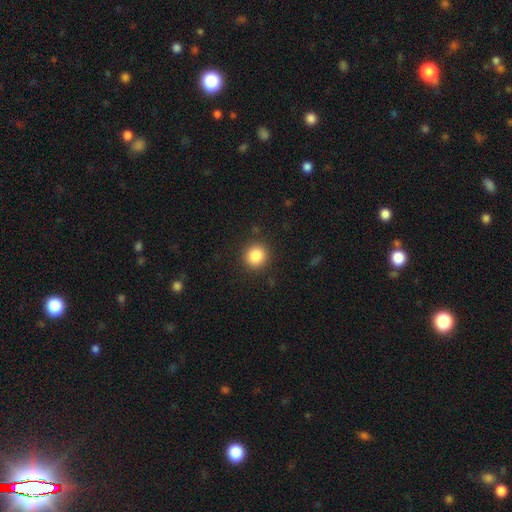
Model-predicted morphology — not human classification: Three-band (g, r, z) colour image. It shows a smooth galaxy with no disk features (86%) that is round (92%). Merging: none (91%).